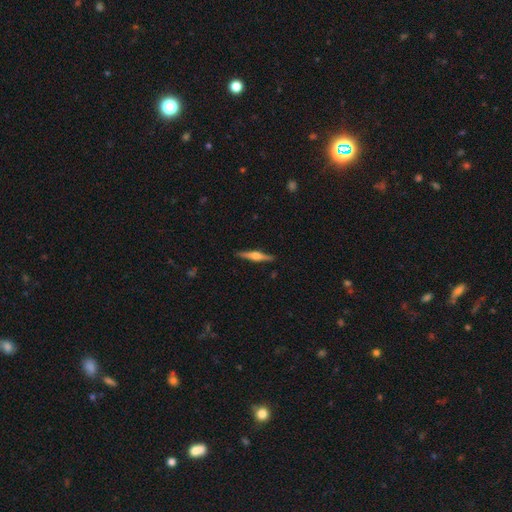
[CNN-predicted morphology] featured or disk 71%, smooth 24%, star or artifact 5%. Down the decision tree: edge-on disk — yes (98%); edge-on bulge — rounded (87%); merging — none (91%).